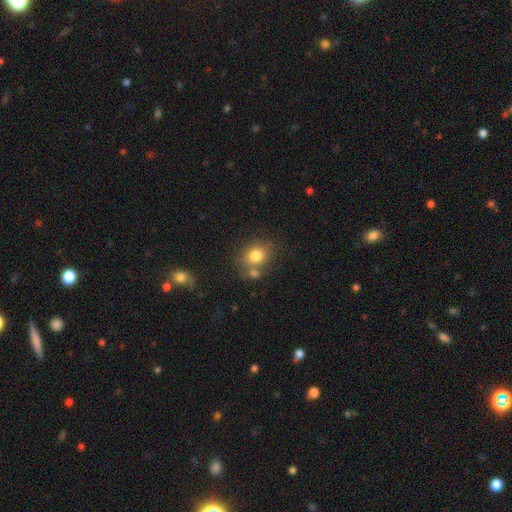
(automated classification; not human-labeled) smooth_or_featured: smooth (p=0.80) [alt: star or artifact p=0.10]
how_rounded: round (p=0.57) [alt: in between p=0.42]
merging: none (p=0.60) [alt: merger p=0.21]